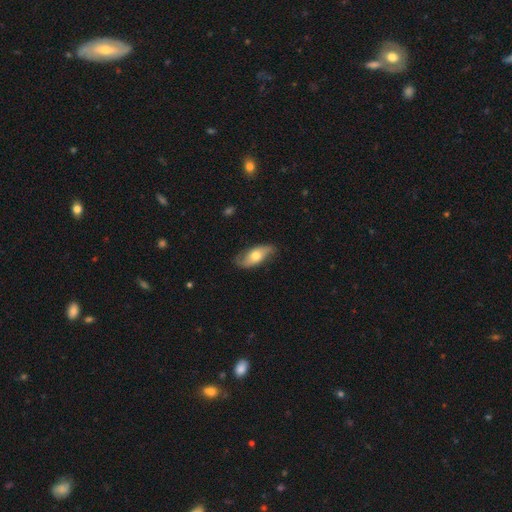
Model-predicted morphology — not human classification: A featured or disk galaxy (50%).

Vote fractions:
- Smooth or featured? featured or disk: 50% / smooth: 44% / star or artifact: 6%
- Merging? none: 73% / minor disturbance: 21% / major disturbance: 5% / merger: 1%